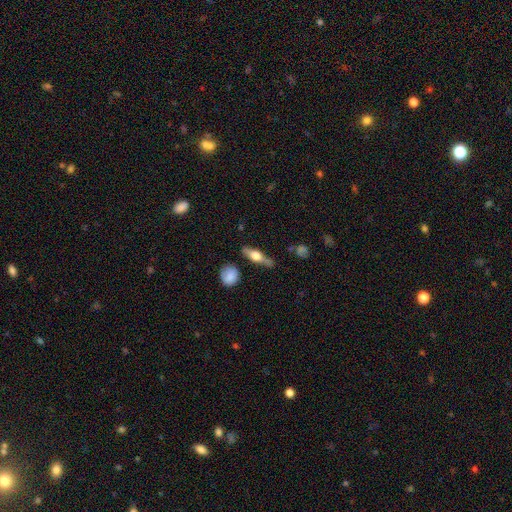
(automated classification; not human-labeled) This is possibly a featured or disk galaxy (53%). It is clearly viewed edge-on (92%). Merging: likely none (76%).